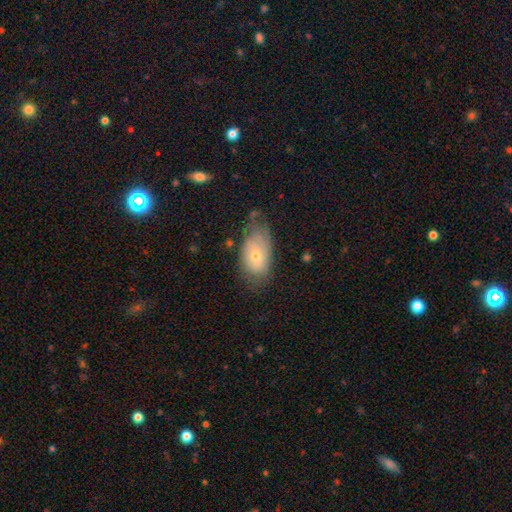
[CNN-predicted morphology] type=smooth (58%); roundness=in between (91%); merging=none (52%).